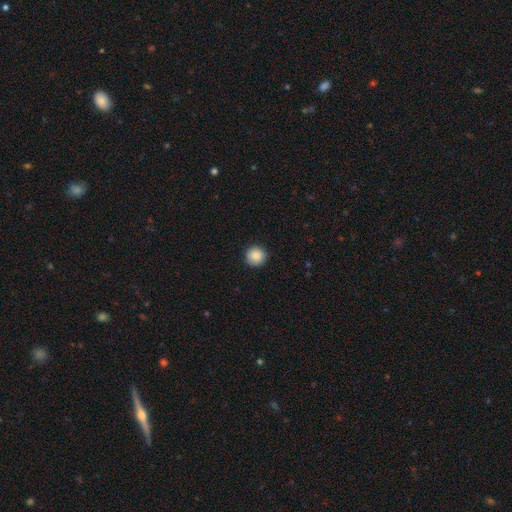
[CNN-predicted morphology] smooth 88%, star or artifact 8%, featured or disk 4%. Down the decision tree: how rounded — round (95%); merging — none (92%).